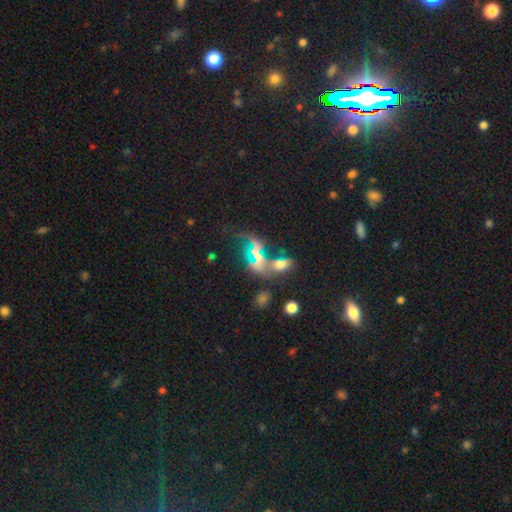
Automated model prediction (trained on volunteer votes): This appears to be a star or artifact, not a galaxy (39%).